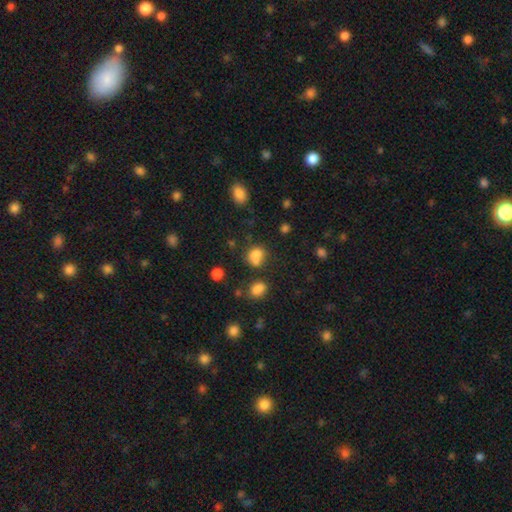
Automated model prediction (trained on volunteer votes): A smooth galaxy with no disk features (76%) that is round (59%).

Vote fractions:
- Smooth or featured? smooth: 76% / star or artifact: 14% / featured or disk: 10%
- How rounded? round: 59% / in between: 40% / cigar-shaped: 1%
- Merging? none: 41% / merger: 36% / minor disturbance: 15% / major disturbance: 8%